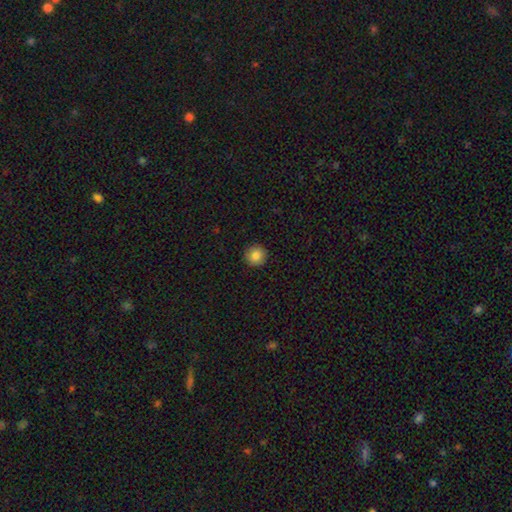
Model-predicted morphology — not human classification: Smooth or featured? Predicted: smooth (p=0.85). How rounded? Predicted: round (p=0.95). Merging? Predicted: none (p=0.92).